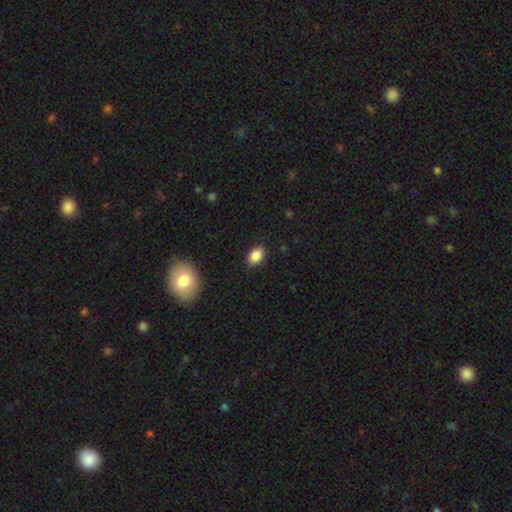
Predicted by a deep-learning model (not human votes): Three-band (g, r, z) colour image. It shows a smooth galaxy with no disk features (87%) that is in between round and cigar-shaped (81%). Merging: none (86%).